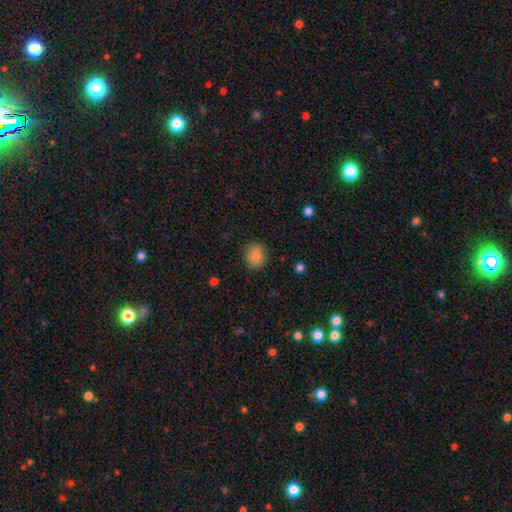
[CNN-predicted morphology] Q: Smooth or featured?
A: smooth (83%); runner-up: star or artifact (8%)
Q: How rounded?
A: round (64%); runner-up: in between (36%)
Q: Merging?
A: none (85%); runner-up: minor disturbance (11%)